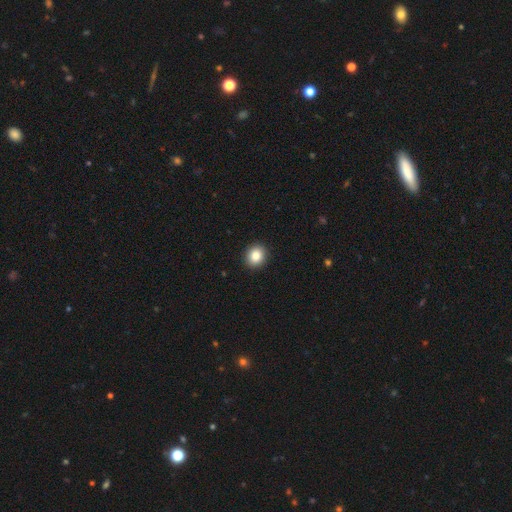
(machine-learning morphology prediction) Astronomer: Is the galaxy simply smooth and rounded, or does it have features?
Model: smooth — 86%.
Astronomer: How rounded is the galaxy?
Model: round — 78%.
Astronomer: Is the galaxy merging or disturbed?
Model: none — 92%.